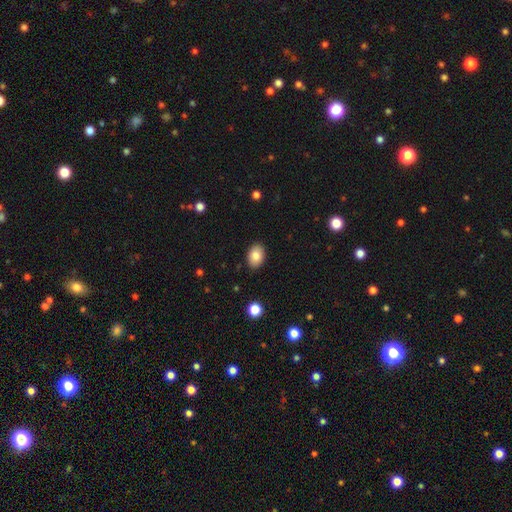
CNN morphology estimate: Smooth or featured?
  - smooth: 84% *
  - featured or disk: 8%
  - star or artifact: 8%
How rounded?
  - in between: 82% *
  - round: 17%
  - cigar-shaped: 1%
Merging?
  - none: 89% *
  - minor disturbance: 8%
  - major disturbance: 2%
  - merger: 1%